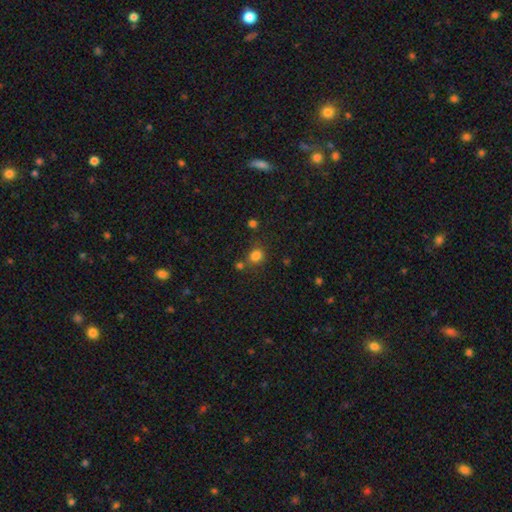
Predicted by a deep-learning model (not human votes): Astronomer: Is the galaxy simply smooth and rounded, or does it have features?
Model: smooth — 80%.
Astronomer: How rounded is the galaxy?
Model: round — 77%.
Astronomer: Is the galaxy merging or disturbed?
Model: none — 69%.